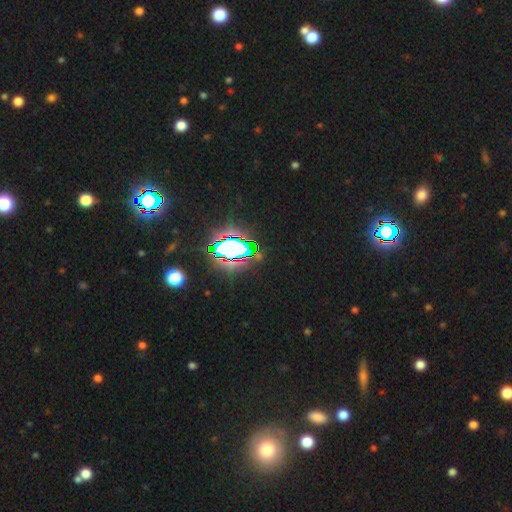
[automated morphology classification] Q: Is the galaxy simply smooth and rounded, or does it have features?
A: star or artifact — 74%.